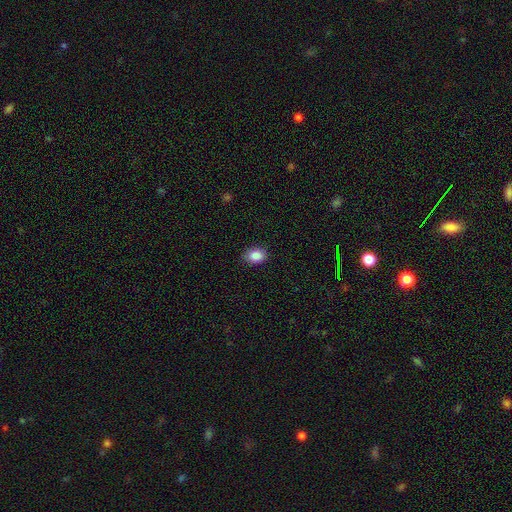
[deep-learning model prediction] Smooth or featured? Predicted: smooth (p=0.87). How rounded? Predicted: in between (p=0.65). Merging? Predicted: none (p=0.87).